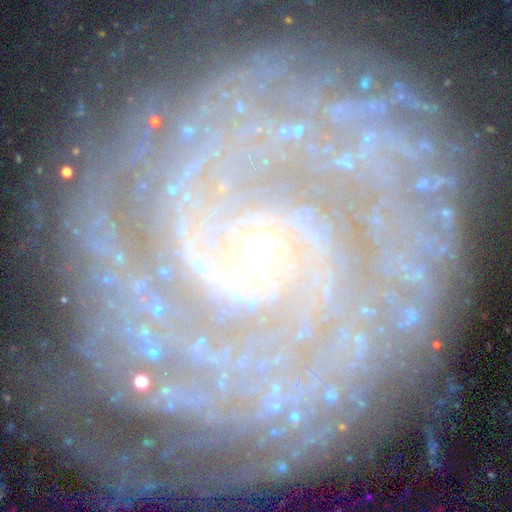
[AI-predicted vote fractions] This appears to be a featured or disk galaxy (90%) with no bar (61%), 2 (26%) tight (81%) spiral arms (98%) and a small central bulge (80%). Merging: none (68%).